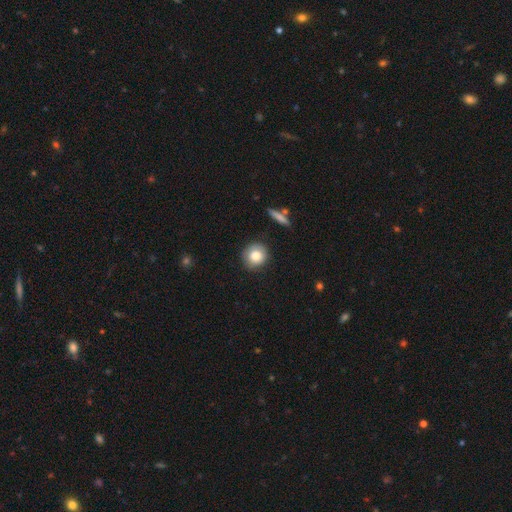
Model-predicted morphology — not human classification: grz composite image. It shows a smooth galaxy with no disk features (81%) that is round (89%). Merging: none (83%).